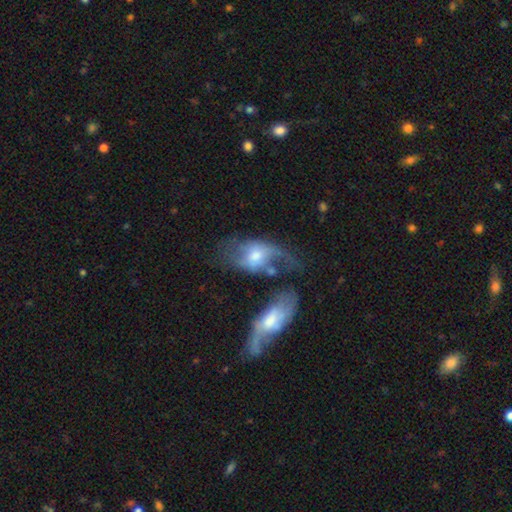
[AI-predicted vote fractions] smooth-or-featured: featured or disk: 58% | smooth: 34% | star or artifact: 8%
  disk-edge-on: no: 89% | yes: 11%
    bar: no: 62% | weak: 31% | strong: 7%
    has-spiral-arms: yes: 68% | no: 32%
    bulge-size: moderate: 57% | small: 23% | large: 14% | none: 5% | dominant: 2%
  merging: merger: 35% | major disturbance: 26% | none: 23% | minor disturbance: 15%